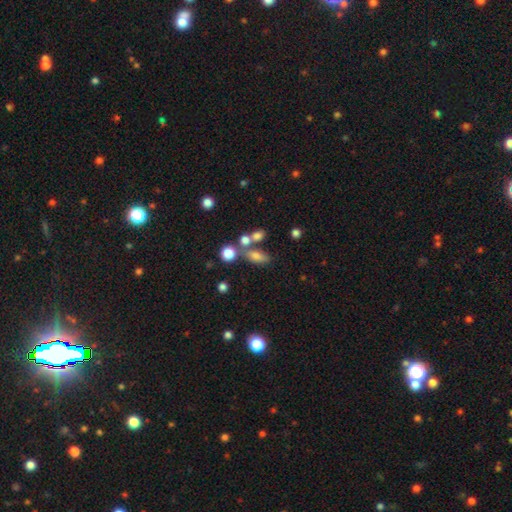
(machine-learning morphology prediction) Smooth or featured? Predicted: smooth (p=0.71). How rounded? Predicted: in between (p=0.68). Merging? Predicted: none (p=0.52).